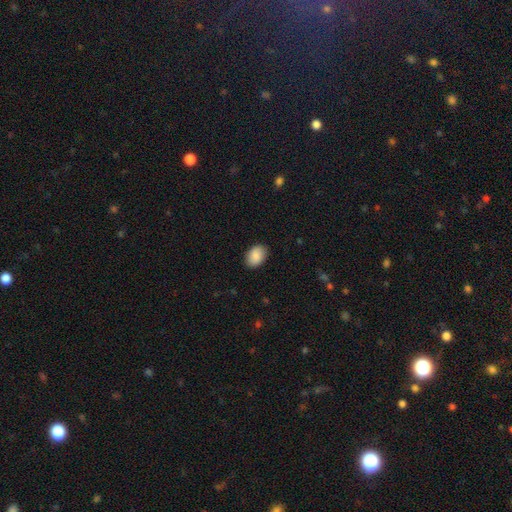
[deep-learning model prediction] This is clearly a smooth galaxy (89%). How rounded: clearly in between (84%). Merging: clearly none (88%).